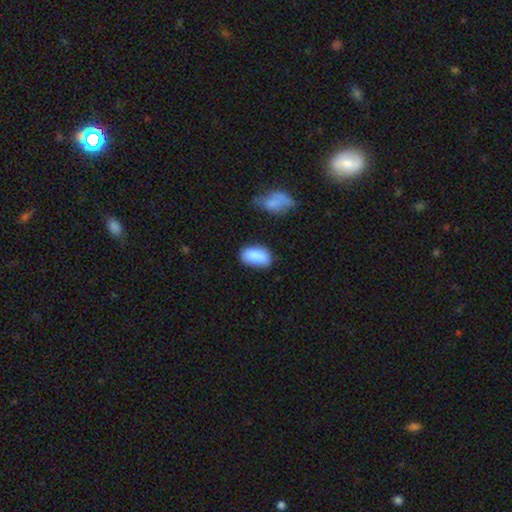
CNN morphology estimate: Smooth or featured: smooth — 87% (star or artifact — 7%)
How rounded: in between — 92% (round — 4%)
Merging: none — 66% (minor disturbance — 23%)